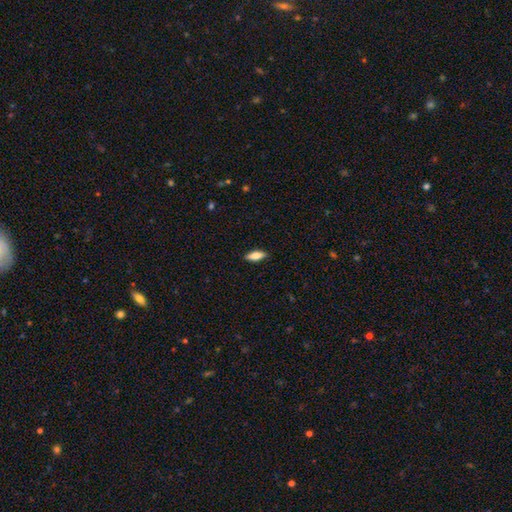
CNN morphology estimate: Smooth or featured? smooth (77%)
How rounded? in between (68%)
Merging? none (89%)